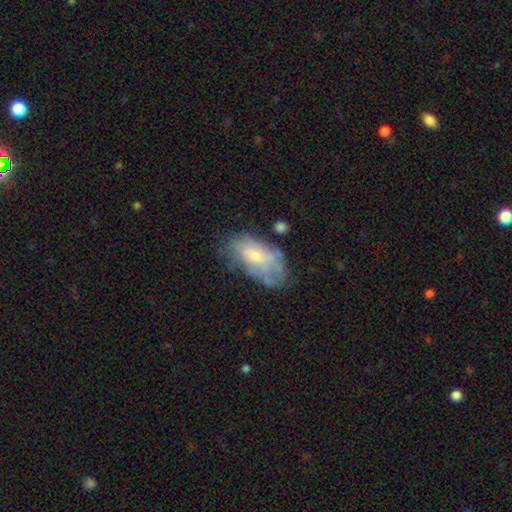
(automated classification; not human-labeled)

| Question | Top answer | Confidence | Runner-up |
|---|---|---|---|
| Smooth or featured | smooth | 53% | featured or disk (39%) |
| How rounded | in between | 92% | round (5%) |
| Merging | none | 45% | minor disturbance (30%) |